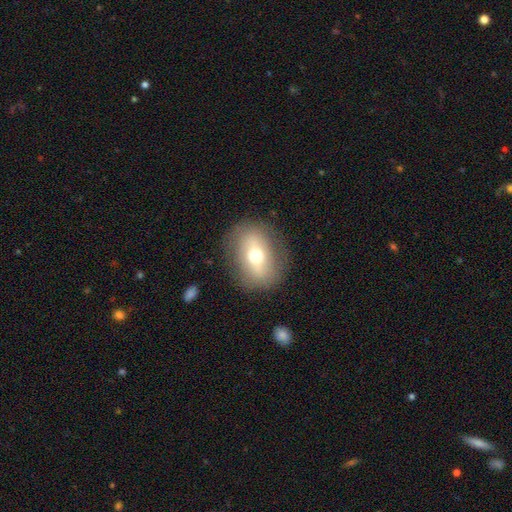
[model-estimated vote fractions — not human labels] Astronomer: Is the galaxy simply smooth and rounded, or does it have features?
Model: smooth — 52% (runner-up: featured or disk, 39%).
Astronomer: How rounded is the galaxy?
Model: in between — 61% (runner-up: round, 36%).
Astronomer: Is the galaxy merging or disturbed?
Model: none — 82%.